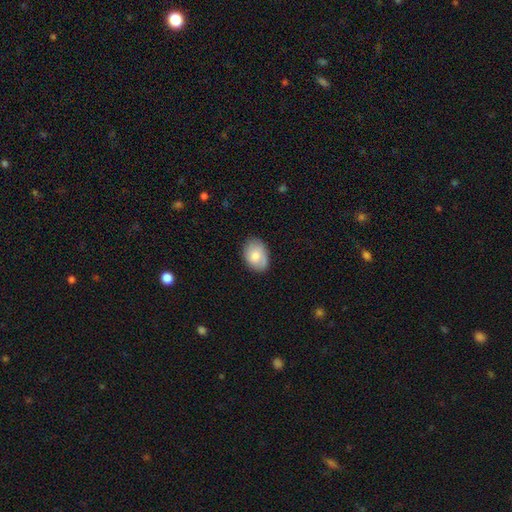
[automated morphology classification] A smooth galaxy with no disk features (77%) that is in between round and cigar-shaped (80%).

Vote fractions:
- Smooth or featured? smooth: 77% / featured or disk: 17% / star or artifact: 7%
- How rounded? in between: 80% / round: 19% / cigar-shaped: 1%
- Merging? none: 78% / minor disturbance: 18% / major disturbance: 3% / merger: 1%